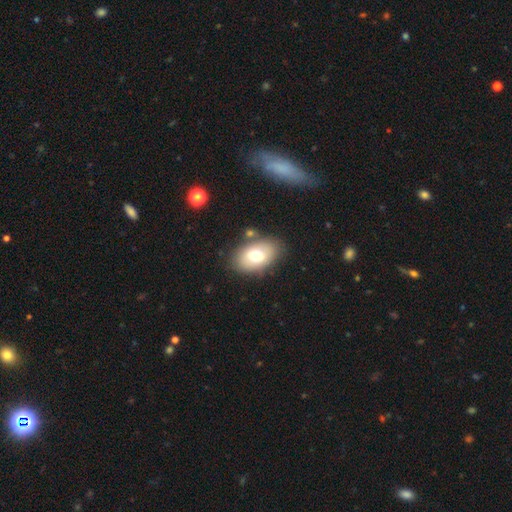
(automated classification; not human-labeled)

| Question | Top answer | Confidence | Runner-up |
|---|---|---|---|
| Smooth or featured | smooth | 70% | featured or disk (21%) |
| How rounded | in between | 87% | round (12%) |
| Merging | none | 75% | minor disturbance (14%) |